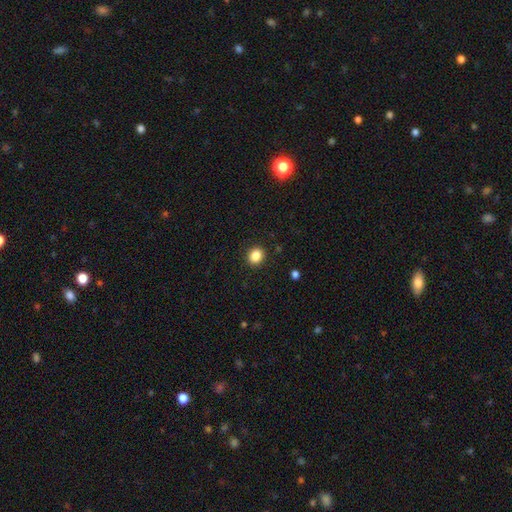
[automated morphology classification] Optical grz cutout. It shows a smooth galaxy with no disk features (85%) that is round (79%). Merging: none (91%).